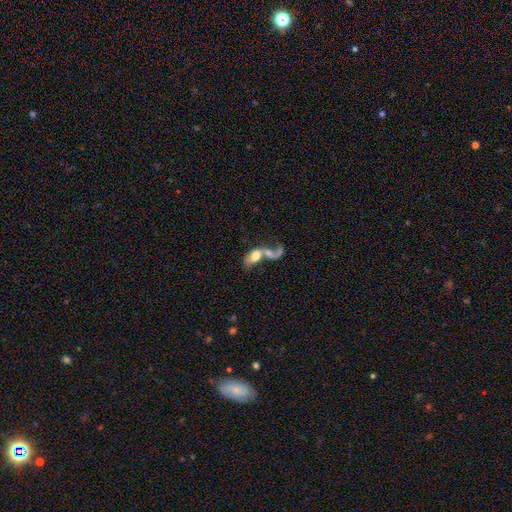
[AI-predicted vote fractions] smooth_or_featured: smooth (p=0.49) [alt: featured or disk p=0.42]
merging: merger (p=0.71) [alt: major disturbance p=0.16]